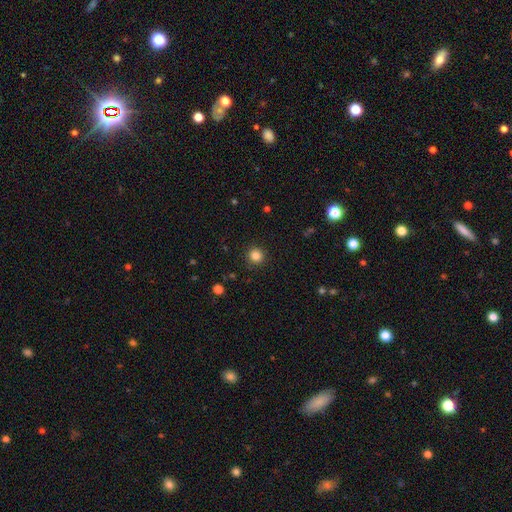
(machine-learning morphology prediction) type=smooth (84%); roundness=round (93%); merging=none (91%).